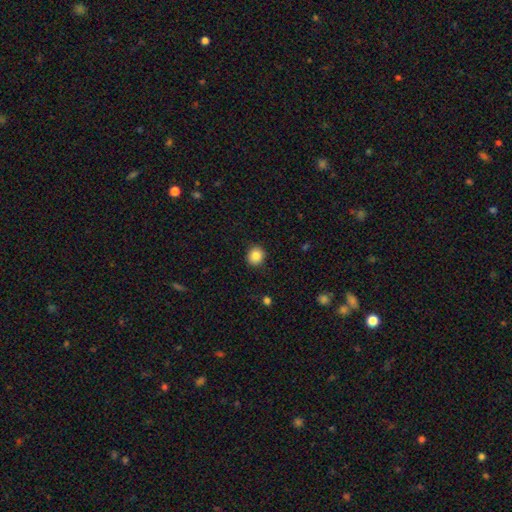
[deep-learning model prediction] Smooth or featured? smooth (85%)
How rounded? round (88%)
Merging? none (91%)